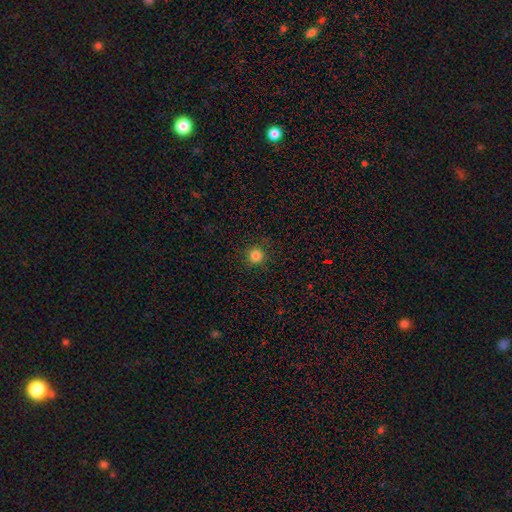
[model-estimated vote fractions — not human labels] Smooth or featured? Predicted: smooth (p=0.83). How rounded? Predicted: round (p=0.95). Merging? Predicted: none (p=0.90).